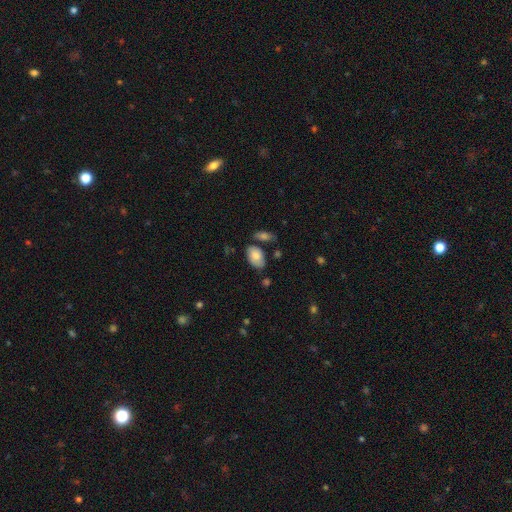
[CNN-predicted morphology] The model was most divided on "merging": none: 64%, minor disturbance: 21%, merger: 9%, major disturbance: 5%. More confident: how rounded — in between (92%); smooth or featured — smooth (78%).